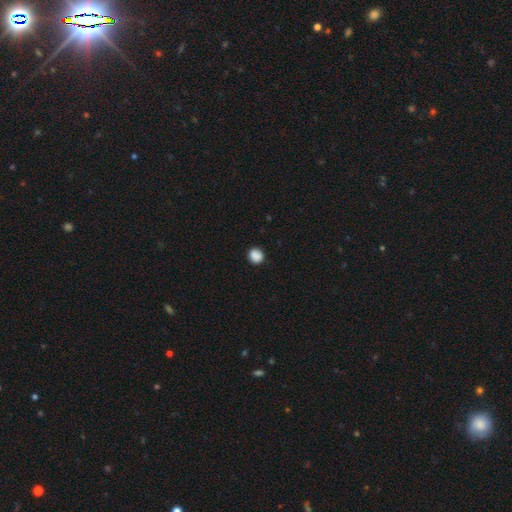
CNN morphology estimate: A smooth galaxy with no disk features (87%) that is round (84%).

Vote fractions:
- Smooth or featured? smooth: 87% / star or artifact: 10% / featured or disk: 4%
- How rounded? round: 84% / in between: 15% / cigar-shaped: 1%
- Merging? none: 84% / minor disturbance: 11% / major disturbance: 3% / merger: 2%